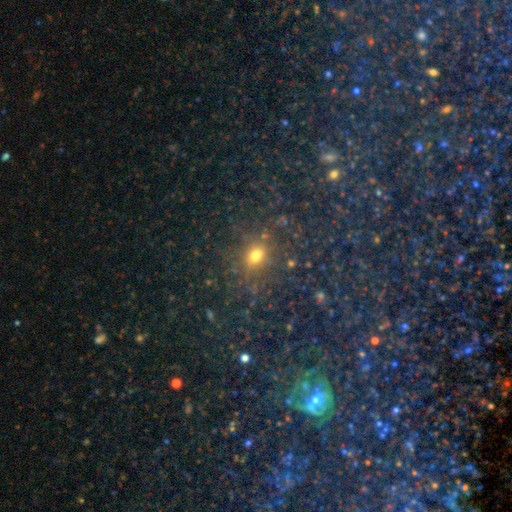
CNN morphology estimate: featured or disk 38%, star or artifact 33%, smooth 30%. Down the decision tree: merging — none (71%).